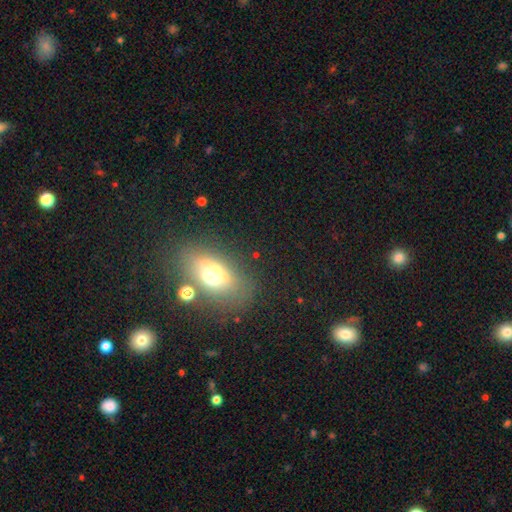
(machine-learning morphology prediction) This appears to be a smooth galaxy with no disk features (45%). Merging: none (52%).